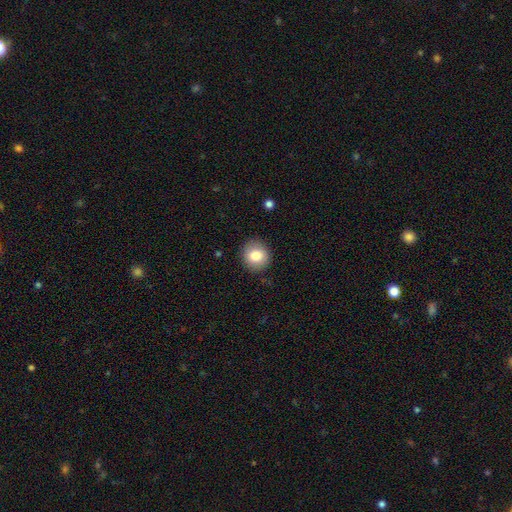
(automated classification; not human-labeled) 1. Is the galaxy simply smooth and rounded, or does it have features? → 82% smooth, 10% featured or disk, 8% star or artifact.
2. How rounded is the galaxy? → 85% round, 14% in between, 1% cigar-shaped.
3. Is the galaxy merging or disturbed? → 89% none, 8% minor disturbance, 2% major disturbance, 1% merger.